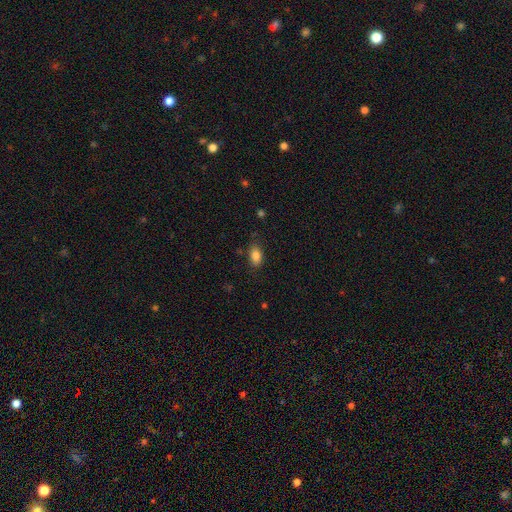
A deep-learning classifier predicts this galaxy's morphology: Smooth or featured? smooth (85%)
How rounded? in between (88%)
Merging? none (80%)